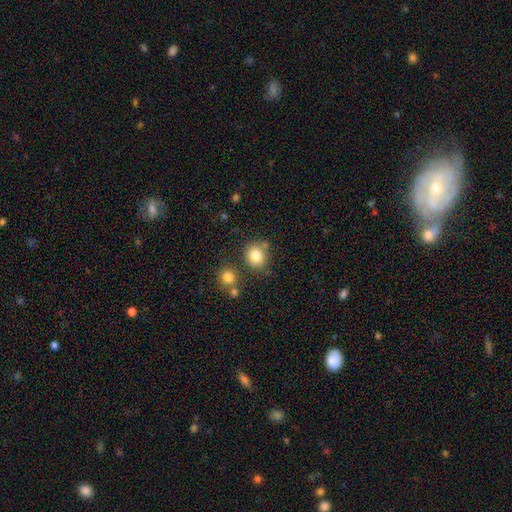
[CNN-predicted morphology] smooth-or-featured: smooth: 82% | star or artifact: 11% | featured or disk: 7%
  how-rounded: round: 81% | in between: 18% | cigar-shaped: 1%
  merging: none: 71% | minor disturbance: 13% | merger: 12% | major disturbance: 4%